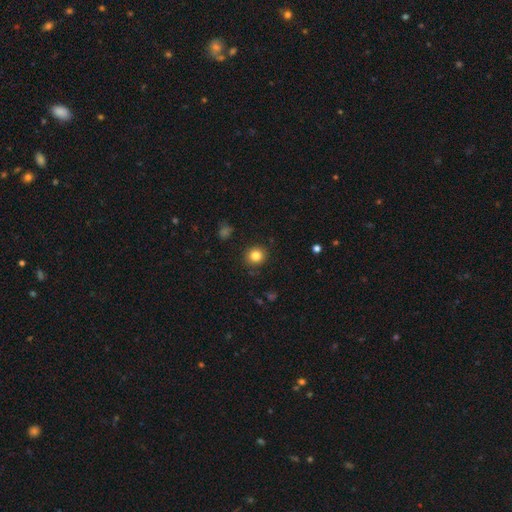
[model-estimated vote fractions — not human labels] A smooth galaxy with no disk features (83%) that is round (88%).

Vote fractions:
- Smooth or featured? smooth: 83% / star or artifact: 11% / featured or disk: 6%
- How rounded? round: 88% / in between: 11% / cigar-shaped: 1%
- Merging? none: 90% / minor disturbance: 7% / major disturbance: 2% / merger: 1%